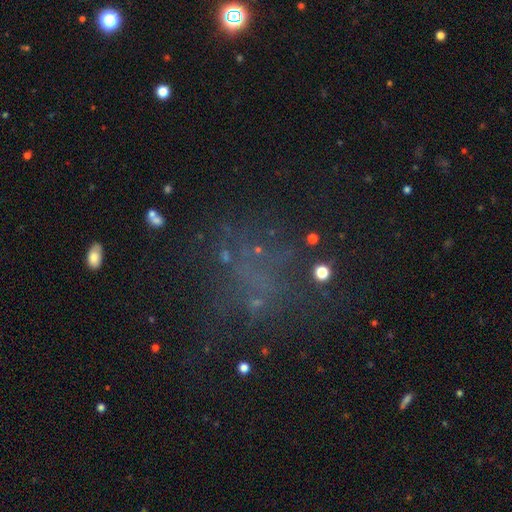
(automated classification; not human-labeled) A star or artifact, not a galaxy (46%).